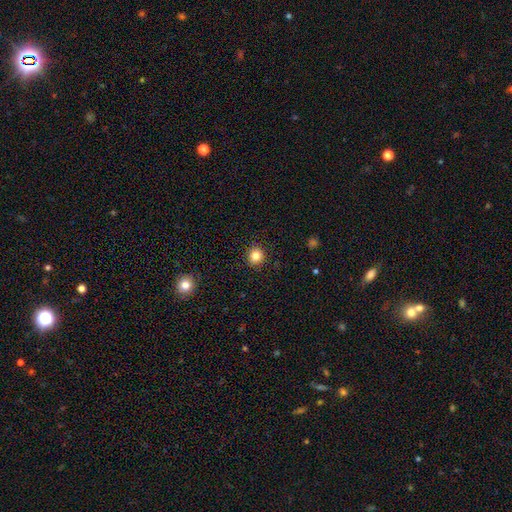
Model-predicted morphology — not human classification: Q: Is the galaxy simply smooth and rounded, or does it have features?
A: smooth — 83%.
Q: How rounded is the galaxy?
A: round — 87%.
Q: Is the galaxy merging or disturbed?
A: none — 91%.